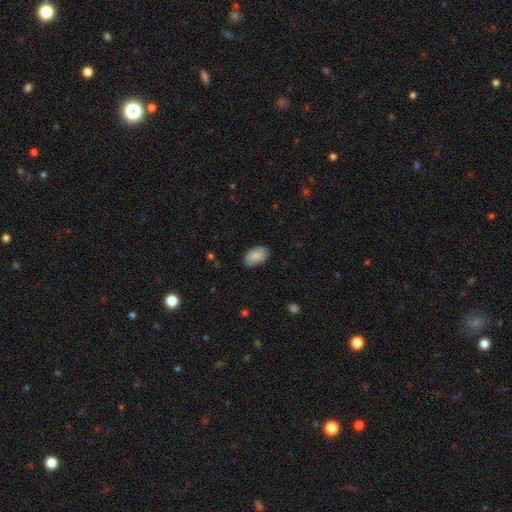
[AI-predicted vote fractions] The model was most divided on "merging": none: 74%, minor disturbance: 21%, major disturbance: 4%, merger: 1%. More confident: how rounded — in between (93%); smooth or featured — smooth (86%).